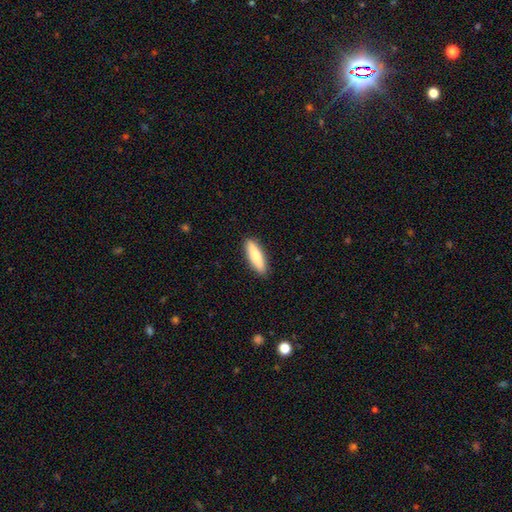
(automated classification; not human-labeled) Smooth or featured? Predicted: smooth (p=0.81). How rounded? Predicted: cigar-shaped (p=0.70). Merging? Predicted: none (p=0.90).